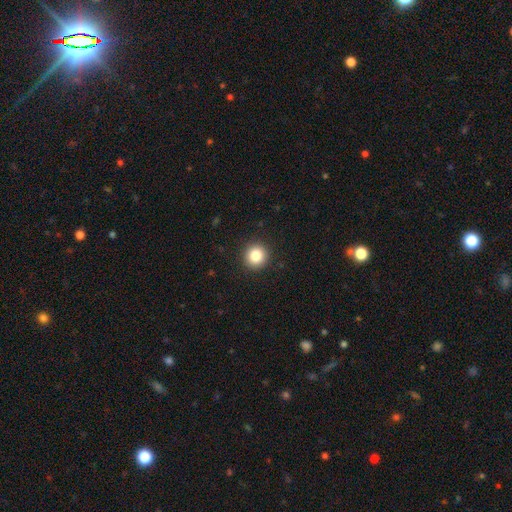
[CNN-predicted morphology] Smooth or featured? smooth (84%)
How rounded? round (94%)
Merging? none (92%)